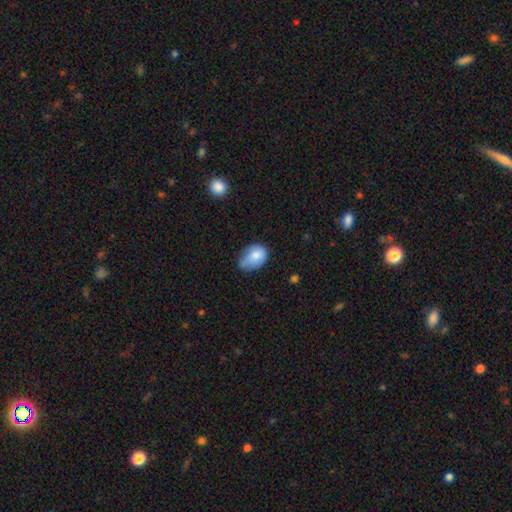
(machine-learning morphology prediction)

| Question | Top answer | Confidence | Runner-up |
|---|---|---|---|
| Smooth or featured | smooth | 76% | featured or disk (16%) |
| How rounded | in between | 75% | round (24%) |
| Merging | minor disturbance | 46% | none (33%) |